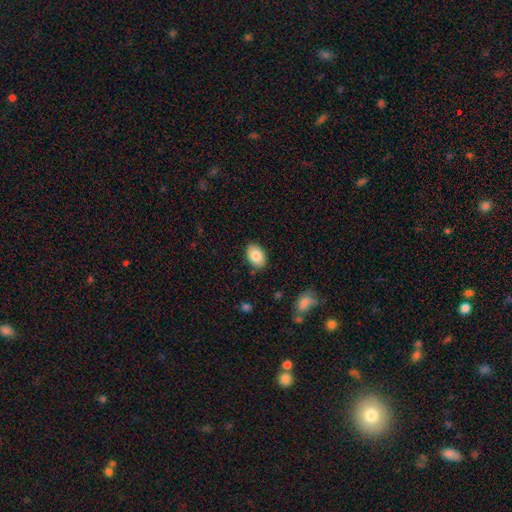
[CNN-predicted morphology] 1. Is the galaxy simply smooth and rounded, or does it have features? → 85% smooth, 8% featured or disk, 7% star or artifact.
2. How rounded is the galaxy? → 86% in between, 13% round, 1% cigar-shaped.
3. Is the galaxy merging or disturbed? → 86% none, 10% minor disturbance, 2% major disturbance, 1% merger.